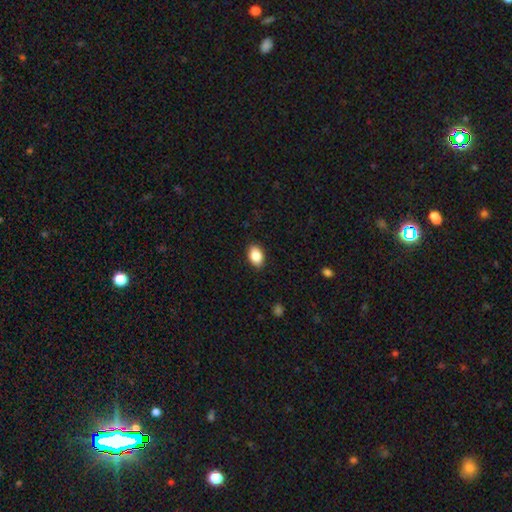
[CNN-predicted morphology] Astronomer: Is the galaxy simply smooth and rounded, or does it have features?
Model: smooth — 87%.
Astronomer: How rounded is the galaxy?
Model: in between — 85%.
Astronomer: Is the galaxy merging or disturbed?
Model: none — 88%.